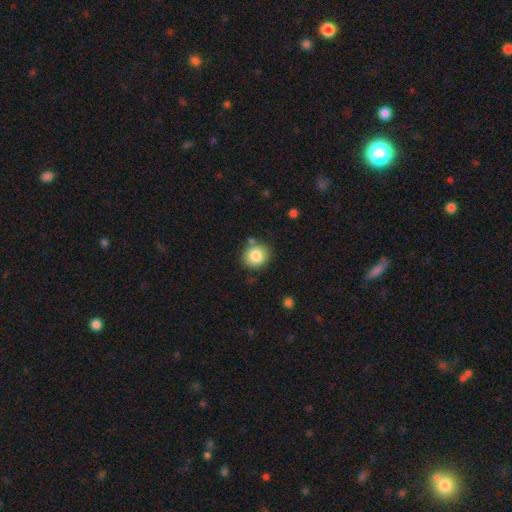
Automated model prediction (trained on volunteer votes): The model was most divided on "how rounded": round: 73%, in between: 26%, cigar-shaped: 1%. More confident: smooth or featured — smooth (84%); merging — none (78%).